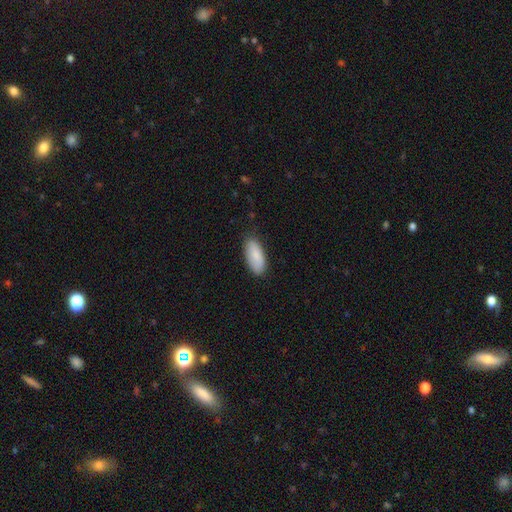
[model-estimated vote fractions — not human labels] The model was most divided on "merging": none: 80%, minor disturbance: 16%, major disturbance: 3%, merger: 1%. More confident: smooth or featured — smooth (85%); how rounded — in between (84%).